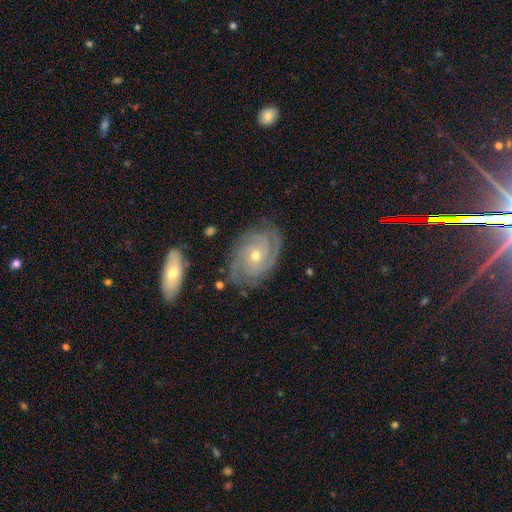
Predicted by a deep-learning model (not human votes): A featured or disk galaxy (87%) with no bar (77%), 3 (27%) tight (76%) spiral arms (97%) and a small central bulge (56%). Merging: none (80%).